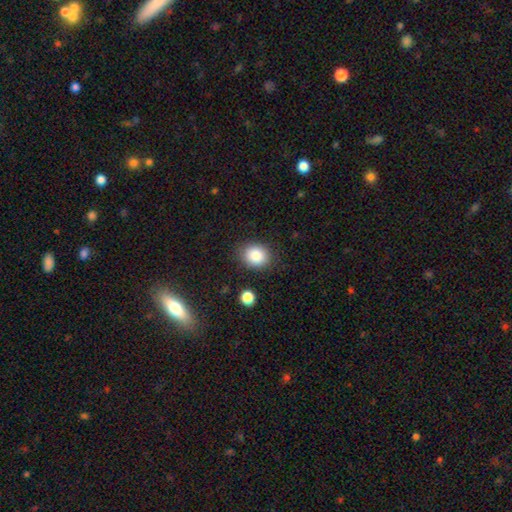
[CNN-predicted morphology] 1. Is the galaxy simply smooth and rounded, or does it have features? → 85% smooth, 9% star or artifact, 5% featured or disk.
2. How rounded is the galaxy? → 61% round, 38% in between, 1% cigar-shaped.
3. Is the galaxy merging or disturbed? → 85% none, 10% minor disturbance, 3% major disturbance, 2% merger.